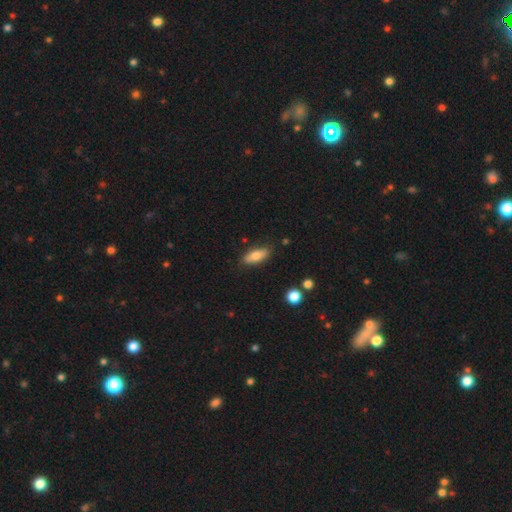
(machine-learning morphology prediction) Smooth or featured: smooth — 72% (featured or disk — 22%)
How rounded: in between — 74% (cigar-shaped — 23%)
Merging: none — 82% (minor disturbance — 14%)